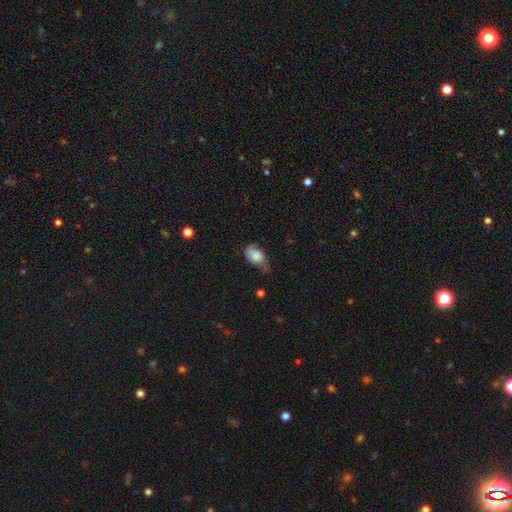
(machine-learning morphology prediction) A smooth galaxy with no disk features (70%) that is in between round and cigar-shaped (87%). Merging: minor disturbance (43%).